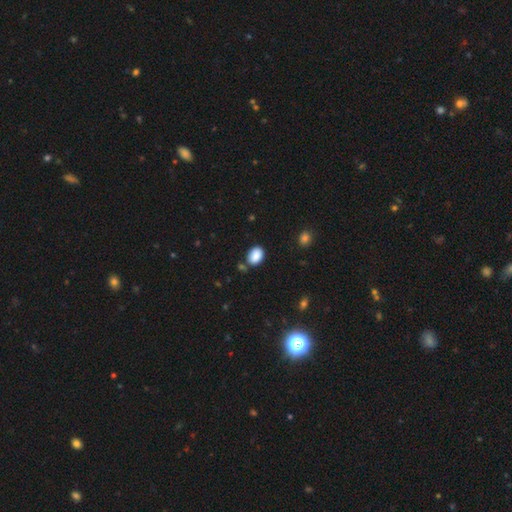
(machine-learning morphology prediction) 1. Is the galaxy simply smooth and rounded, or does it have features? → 88% smooth, 8% star or artifact, 4% featured or disk.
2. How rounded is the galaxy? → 80% in between, 19% round, 1% cigar-shaped.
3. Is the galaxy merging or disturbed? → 77% none, 14% minor disturbance, 6% merger, 3% major disturbance.